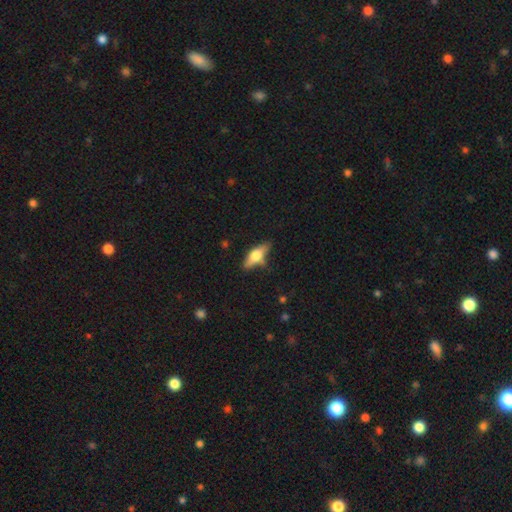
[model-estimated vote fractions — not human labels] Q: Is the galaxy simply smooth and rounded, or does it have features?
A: smooth — 54%.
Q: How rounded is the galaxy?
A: in between — 60%.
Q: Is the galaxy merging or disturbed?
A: none — 70%.